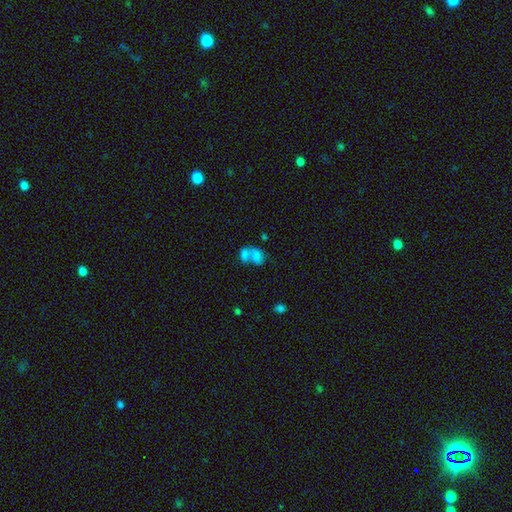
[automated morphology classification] type=smooth (69%); roundness=in between (77%); merging=merger (69%).